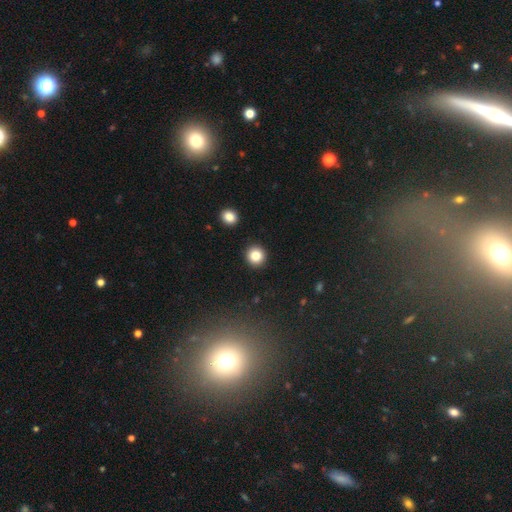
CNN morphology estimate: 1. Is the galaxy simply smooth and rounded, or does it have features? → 84% smooth, 10% star or artifact, 6% featured or disk.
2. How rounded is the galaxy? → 93% round, 6% in between, 1% cigar-shaped.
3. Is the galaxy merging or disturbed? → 92% none, 5% minor disturbance, 2% merger, 2% major disturbance.